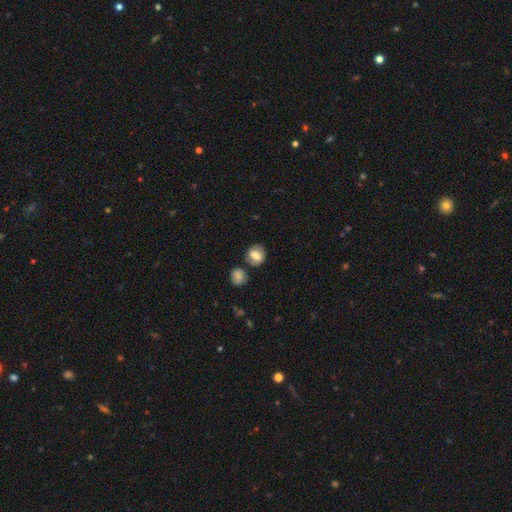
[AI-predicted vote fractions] The model was most divided on "how rounded": round: 65%, in between: 34%, cigar-shaped: 1%. More confident: merging — none (71%); smooth or featured — smooth (64%).